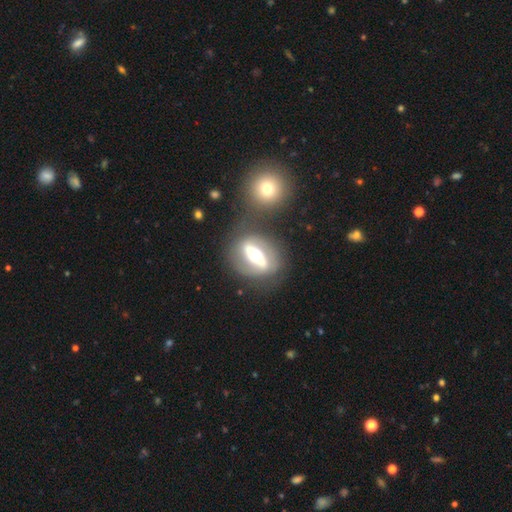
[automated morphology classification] Q: Smooth or featured?
A: featured or disk (73%); runner-up: smooth (20%)
Q: Edge-on disk?
A: no (71%); runner-up: yes (29%)
Q: Bar?
A: strong (75%); runner-up: weak (15%)
Q: Spiral arms?
A: no (59%); runner-up: yes (41%)
Q: Bulge size?
A: moderate (65%); runner-up: large (21%)
Q: Merging?
A: none (67%); runner-up: minor disturbance (13%)